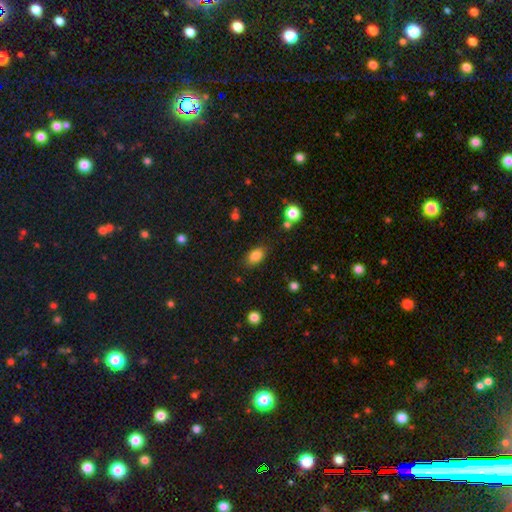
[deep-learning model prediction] Smooth or featured: smooth — 84% (star or artifact — 9%)
How rounded: in between — 86% (round — 11%)
Merging: none — 82% (minor disturbance — 12%)